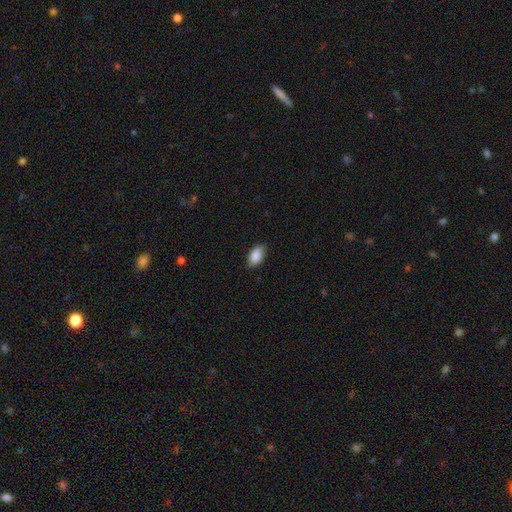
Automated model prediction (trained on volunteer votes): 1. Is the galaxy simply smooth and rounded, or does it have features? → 89% smooth, 7% star or artifact, 4% featured or disk.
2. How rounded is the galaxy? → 94% in between, 4% round, 2% cigar-shaped.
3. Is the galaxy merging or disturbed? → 84% none, 13% minor disturbance, 2% major disturbance, 1% merger.